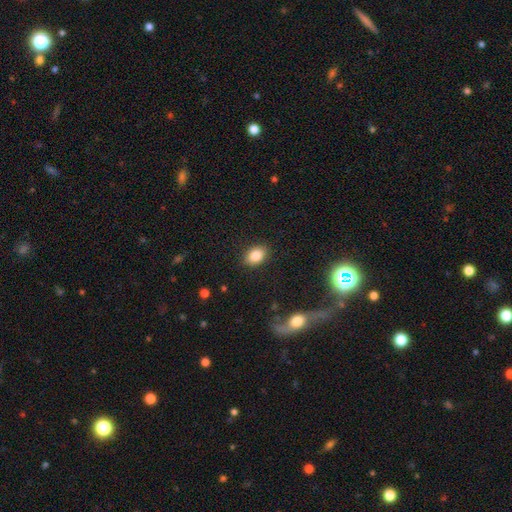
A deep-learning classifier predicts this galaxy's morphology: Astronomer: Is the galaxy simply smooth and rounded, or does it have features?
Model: smooth — 85%.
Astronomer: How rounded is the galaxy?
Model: in between — 81%.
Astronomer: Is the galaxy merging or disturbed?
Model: none — 88%.